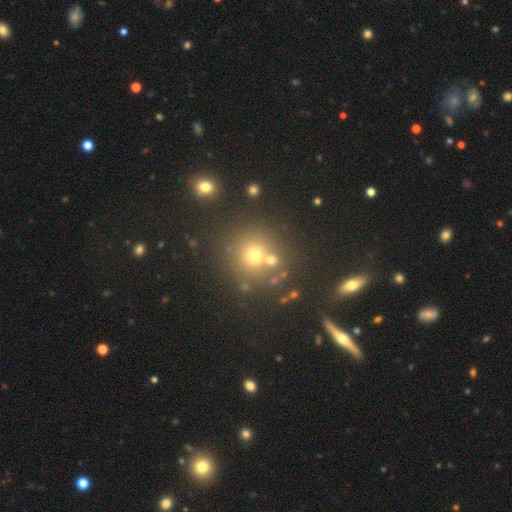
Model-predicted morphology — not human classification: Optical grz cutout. It shows a smooth galaxy with no disk features (65%) that is round (91%). Merging: none (69%).